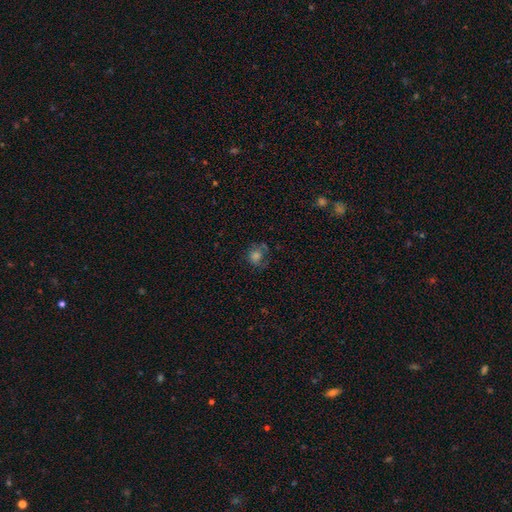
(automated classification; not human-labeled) Smooth or featured? smooth (59%)
How rounded? round (74%)
Merging? none (59%)